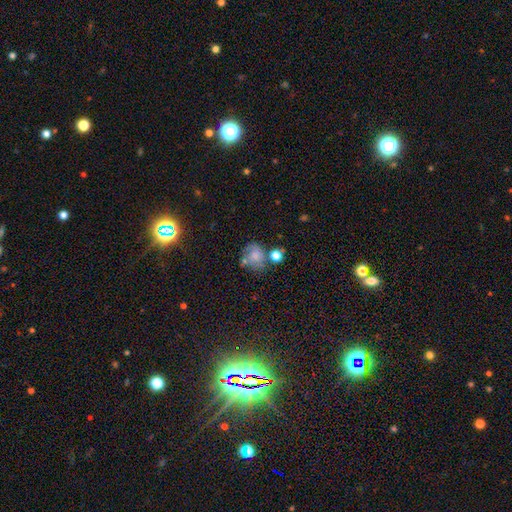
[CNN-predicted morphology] This is possibly a smooth galaxy (51%). How rounded: likely round (65%). Merging: marginally none (44%).